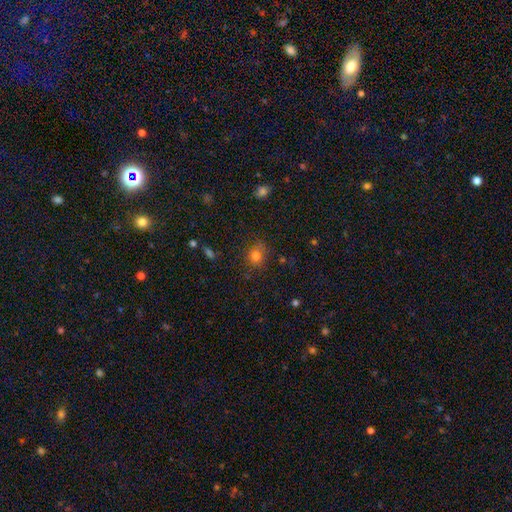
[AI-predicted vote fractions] This is likely a smooth galaxy (77%). How rounded: likely round (71%). Merging: likely none (75%).